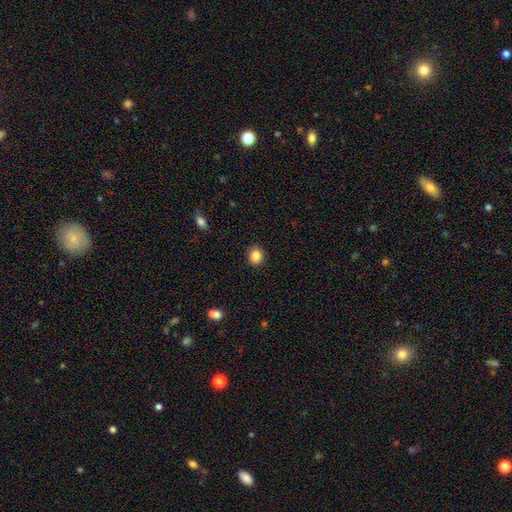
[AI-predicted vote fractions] Morphology: type=smooth (86%); roundness=round (78%); merging=none (89%).